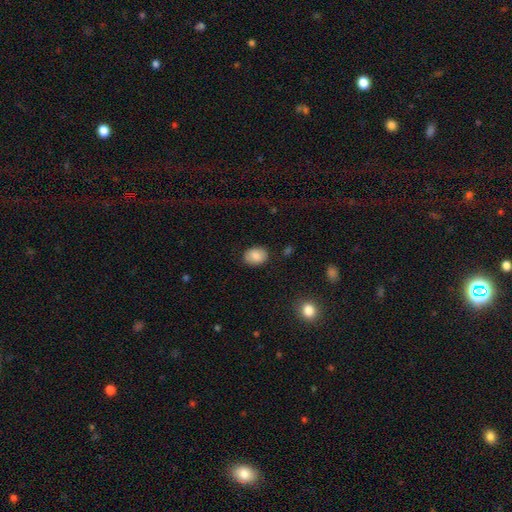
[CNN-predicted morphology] smooth_or_featured: smooth (p=0.84) [alt: featured or disk p=0.08]
how_rounded: in between (p=0.67) [alt: round p=0.32]
merging: none (p=0.85) [alt: minor disturbance p=0.11]